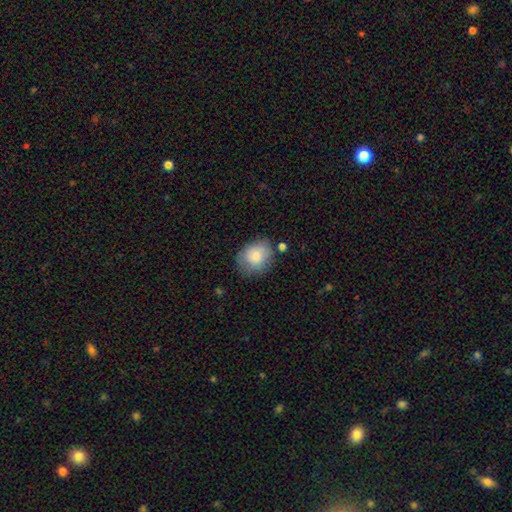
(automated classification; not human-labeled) smooth 80%, featured or disk 13%, star or artifact 7%. Down the decision tree: how rounded — round (55%); merging — none (66%).